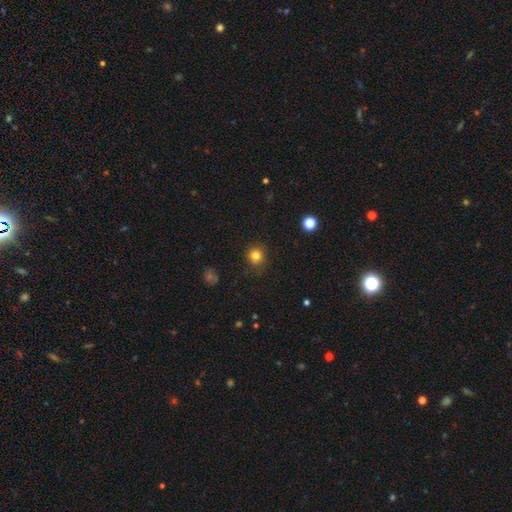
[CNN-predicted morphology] smooth_or_featured: smooth (p=0.81) [alt: star or artifact p=0.13]
how_rounded: round (p=0.88) [alt: in between p=0.11]
merging: none (p=0.84) [alt: minor disturbance p=0.12]